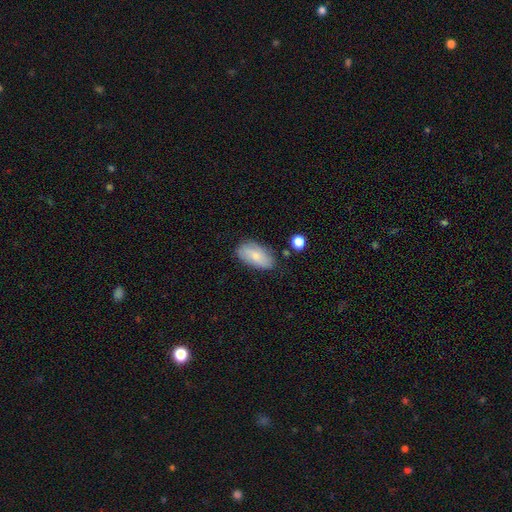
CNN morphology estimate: The model was most divided on "smooth or featured": smooth: 69%, featured or disk: 24%, star or artifact: 7%. More confident: how rounded — in between (92%); merging — none (74%).